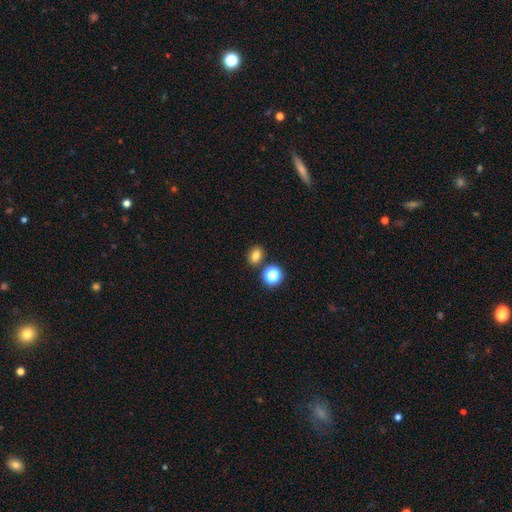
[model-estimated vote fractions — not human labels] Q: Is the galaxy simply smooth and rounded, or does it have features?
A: smooth — 78%.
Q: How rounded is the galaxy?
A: in between — 59%.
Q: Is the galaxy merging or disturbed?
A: none — 79%.